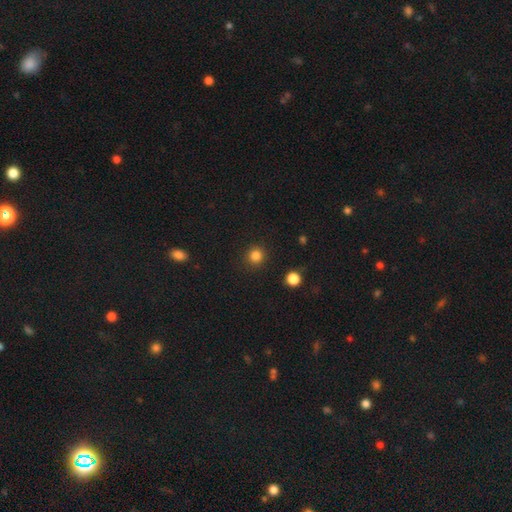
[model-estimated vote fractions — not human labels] smooth-or-featured: smooth: 83% | star or artifact: 13% | featured or disk: 4%
  how-rounded: round: 93% | in between: 6% | cigar-shaped: 1%
  merging: none: 91% | minor disturbance: 5% | major disturbance: 2% | merger: 1%